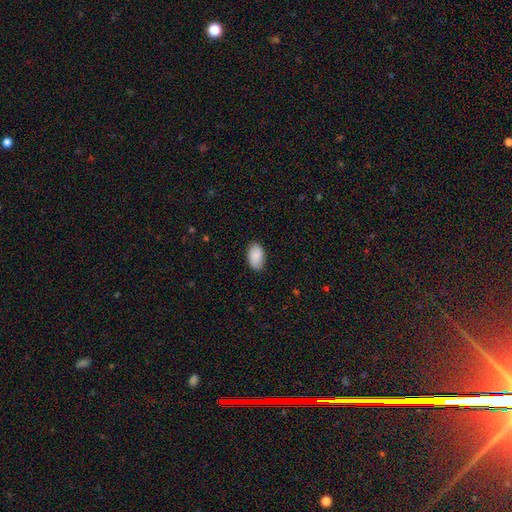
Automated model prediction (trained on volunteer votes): Smooth or featured: smooth — 87% (featured or disk — 7%)
How rounded: in between — 93% (round — 6%)
Merging: none — 82% (minor disturbance — 15%)